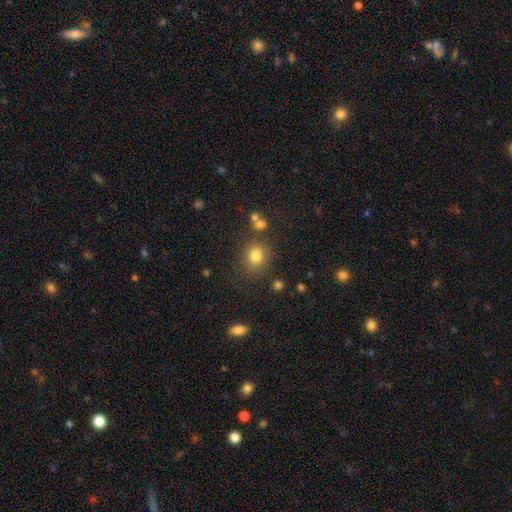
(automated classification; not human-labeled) Overall: smooth (80%). How rounded: round (79%). Merging: none (78%).